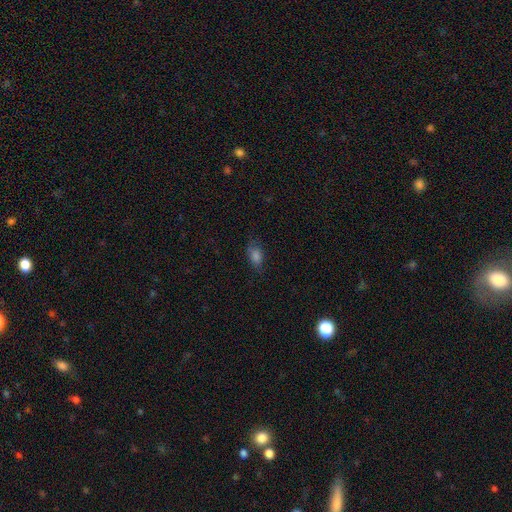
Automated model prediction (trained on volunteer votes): Overall: smooth (71%). How rounded: in between (82%). Merging: none (69%).